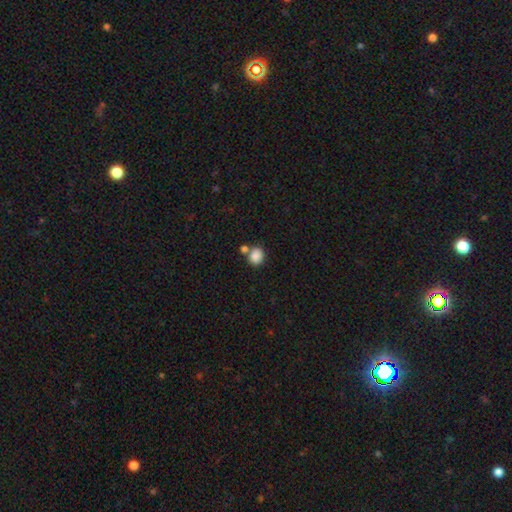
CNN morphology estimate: A smooth galaxy with no disk features (86%) that is round (67%). Merging: none (60%).